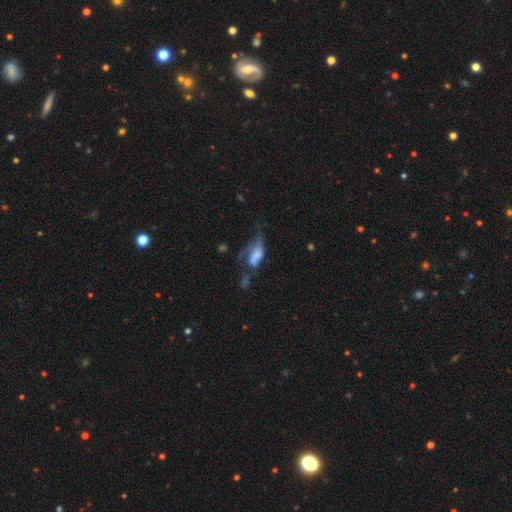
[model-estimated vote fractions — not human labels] Overall: smooth (48%; featured or disk 40%). Merging: major disturbance (47%; none 18%).